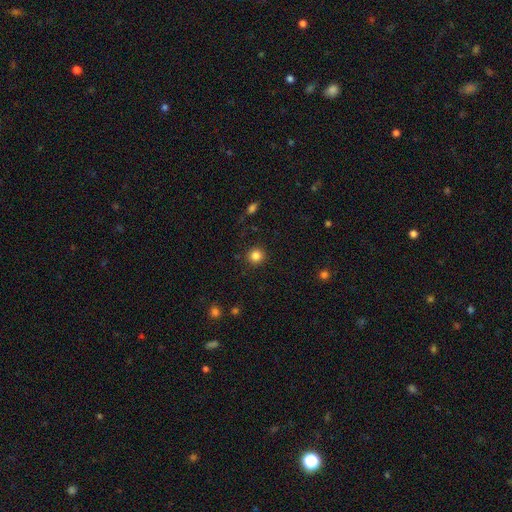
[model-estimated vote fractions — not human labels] Smooth or featured?
  - smooth: 84% *
  - star or artifact: 12%
  - featured or disk: 4%
How rounded?
  - round: 93% *
  - in between: 6%
  - cigar-shaped: 1%
Merging?
  - none: 91% *
  - minor disturbance: 6%
  - major disturbance: 2%
  - merger: 1%